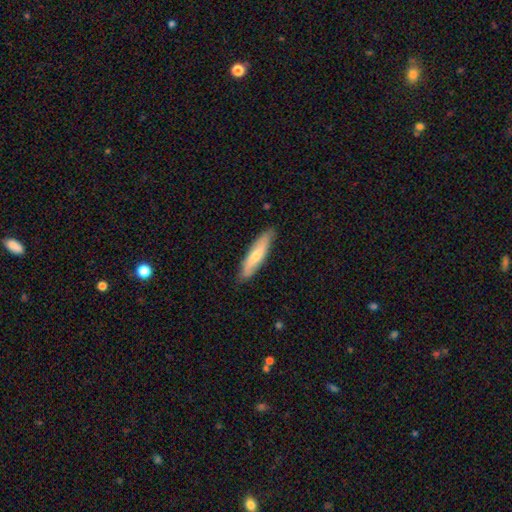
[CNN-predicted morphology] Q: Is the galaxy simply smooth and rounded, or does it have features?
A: smooth — 63%.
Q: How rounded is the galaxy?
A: cigar-shaped — 76%.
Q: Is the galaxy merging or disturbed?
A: none — 84%.